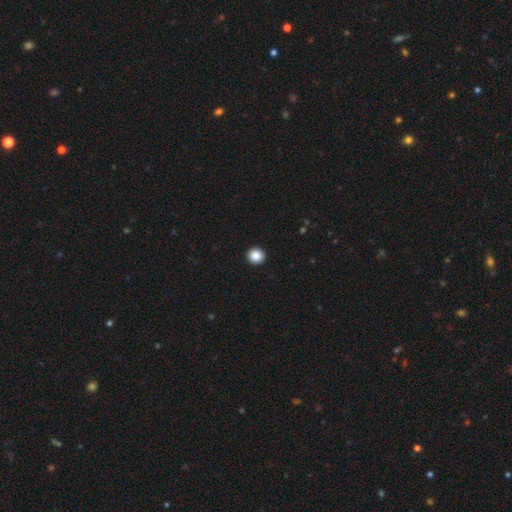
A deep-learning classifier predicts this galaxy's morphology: Smooth or featured? Predicted: smooth (p=0.87). How rounded? Predicted: round (p=0.93). Merging? Predicted: none (p=0.94).